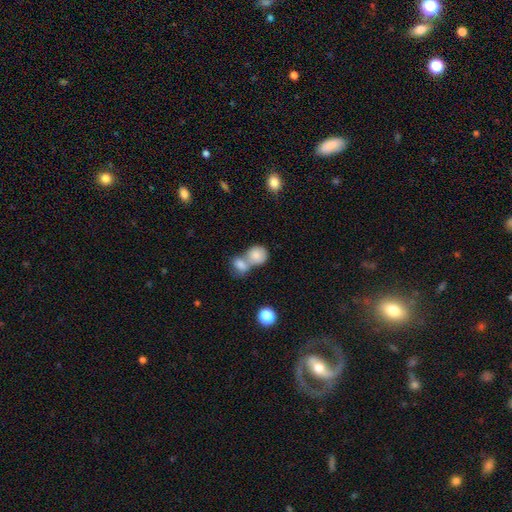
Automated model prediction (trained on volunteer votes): Smooth or featured?
  - smooth: 81% *
  - featured or disk: 11%
  - star or artifact: 8%
How rounded?
  - round: 62% *
  - in between: 36%
  - cigar-shaped: 1%
Merging?
  - merger: 69% *
  - none: 21%
  - minor disturbance: 6%
  - major disturbance: 3%